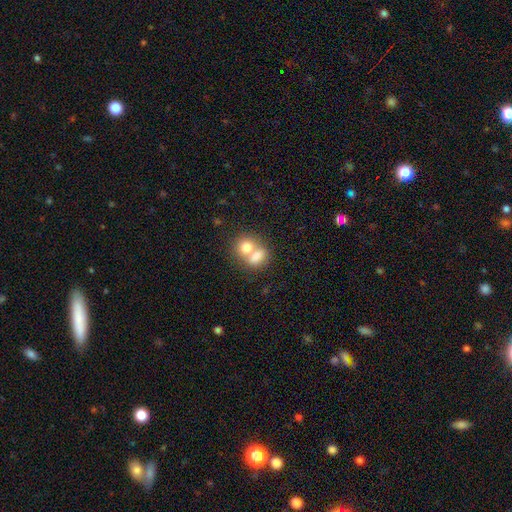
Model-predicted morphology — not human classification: smooth 71%, featured or disk 19%, star or artifact 9%. Down the decision tree: how rounded — round (58%); merging — merger (69%).